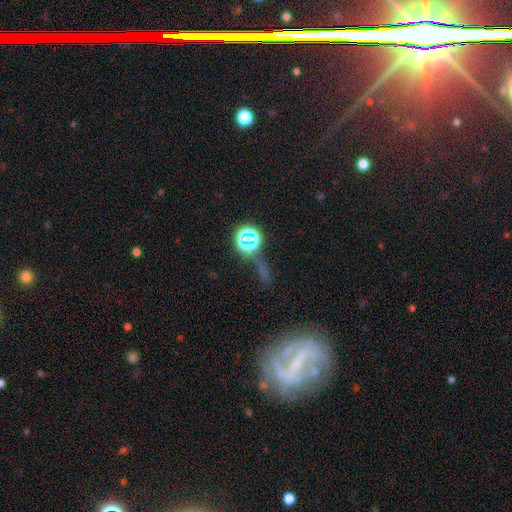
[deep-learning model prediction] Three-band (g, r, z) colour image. It shows a featured or disk galaxy (41%). Merging: none (70%).